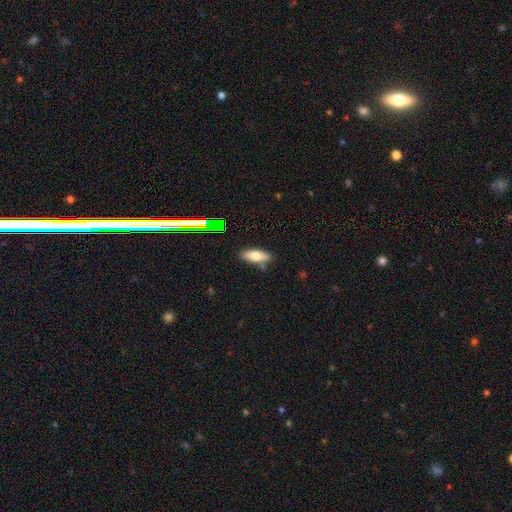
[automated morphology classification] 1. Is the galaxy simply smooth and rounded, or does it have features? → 70% smooth, 19% featured or disk, 11% star or artifact.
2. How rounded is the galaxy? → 70% in between, 27% cigar-shaped, 3% round.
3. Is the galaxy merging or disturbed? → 77% none, 15% minor disturbance, 5% merger, 3% major disturbance.